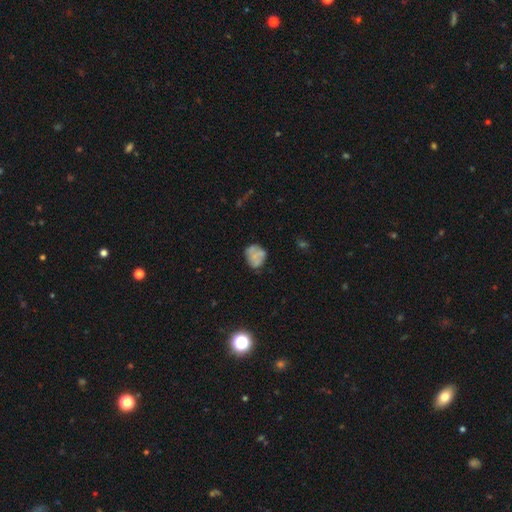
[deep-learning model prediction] Smooth or featured?
  - smooth: 56% *
  - featured or disk: 33%
  - star or artifact: 11%
How rounded?
  - round: 55% *
  - in between: 44%
  - cigar-shaped: 1%
Merging?
  - none: 56% *
  - minor disturbance: 27%
  - major disturbance: 13%
  - merger: 5%